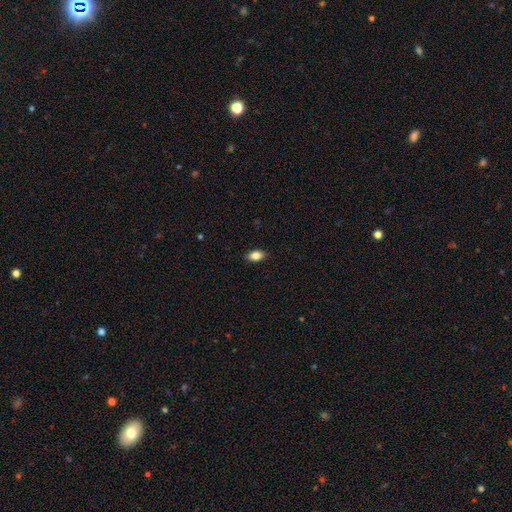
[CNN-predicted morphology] This appears to be a smooth galaxy with no disk features (86%) that is in between round and cigar-shaped (88%). Merging: none (89%).